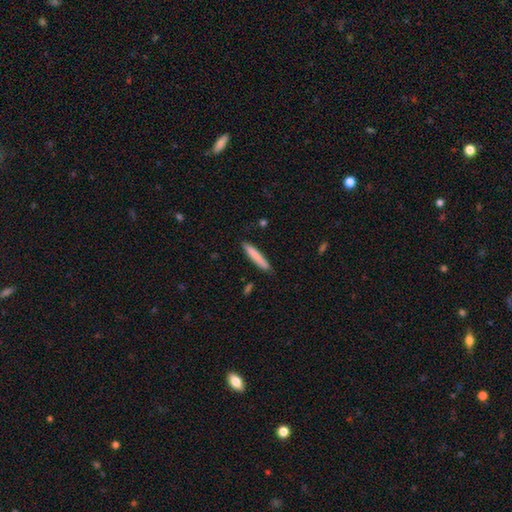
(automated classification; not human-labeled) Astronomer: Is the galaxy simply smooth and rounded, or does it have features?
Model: smooth — 81%.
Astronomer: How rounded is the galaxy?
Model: cigar-shaped — 93%.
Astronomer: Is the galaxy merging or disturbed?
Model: none — 88%.